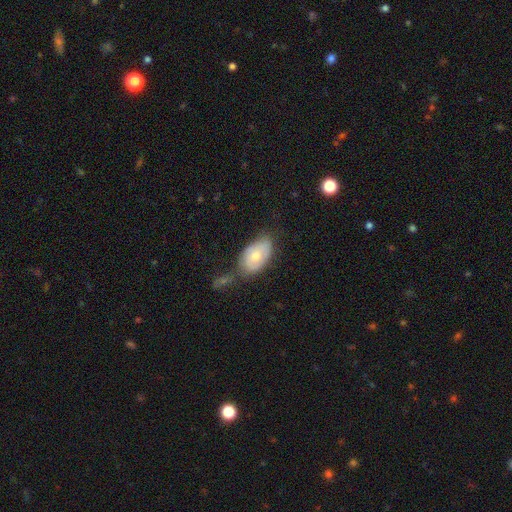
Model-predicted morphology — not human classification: Q: Smooth or featured?
A: smooth (62%); runner-up: featured or disk (31%)
Q: How rounded?
A: in between (92%); runner-up: round (6%)
Q: Merging?
A: none (49%); runner-up: minor disturbance (27%)